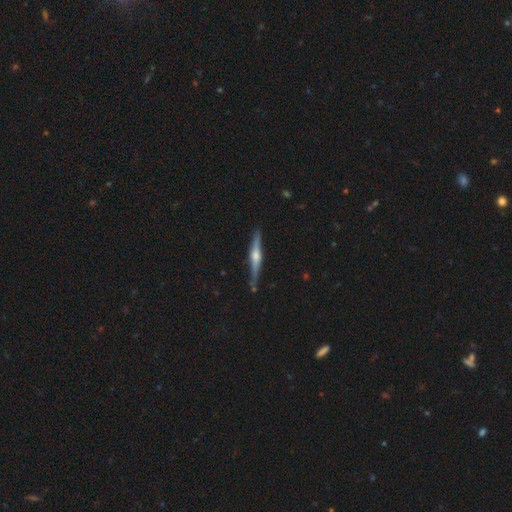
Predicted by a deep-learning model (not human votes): Overall: featured or disk (75%). Edge-on disk: yes (98%). Edge-on bulge: rounded (88%). Merging: none (83%).